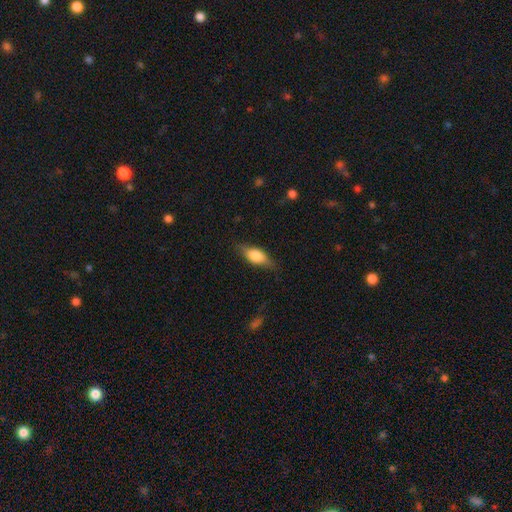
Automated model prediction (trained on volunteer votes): A smooth galaxy with no disk features (68%) that is in between round and cigar-shaped (76%).

Vote fractions:
- Smooth or featured? smooth: 68% / featured or disk: 25% / star or artifact: 7%
- How rounded? in between: 76% / cigar-shaped: 20% / round: 4%
- Merging? none: 77% / minor disturbance: 17% / major disturbance: 4% / merger: 1%